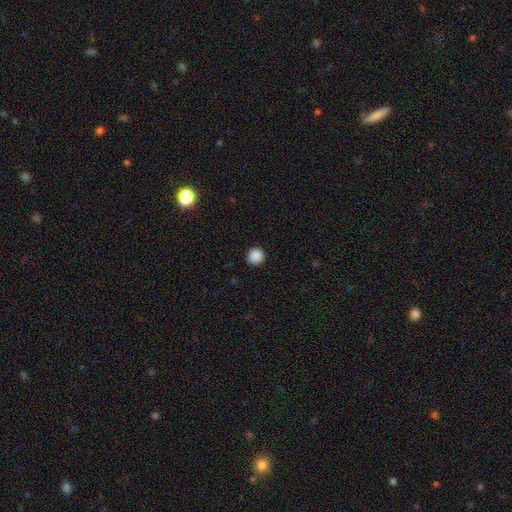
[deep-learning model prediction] smooth_or_featured: smooth (p=0.88) [alt: star or artifact p=0.10]
how_rounded: round (p=0.94) [alt: in between p=0.05]
merging: none (p=0.92) [alt: minor disturbance p=0.05]